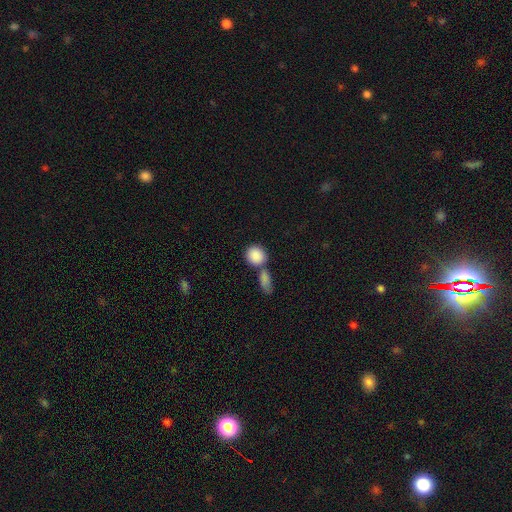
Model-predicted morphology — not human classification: smooth_or_featured: smooth (p=0.88) [alt: star or artifact p=0.07]
how_rounded: round (p=0.69) [alt: in between p=0.28]
merging: none (p=0.50) [alt: merger p=0.37]